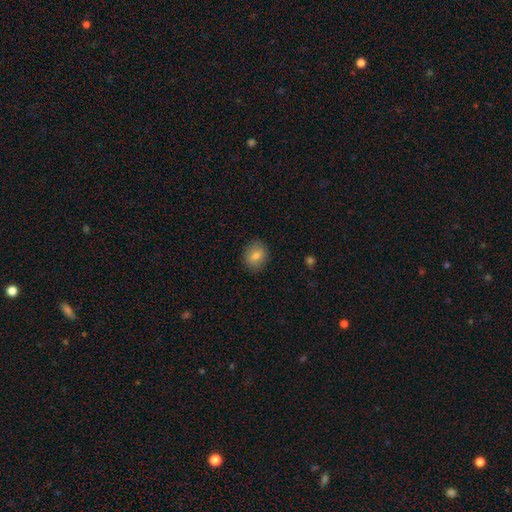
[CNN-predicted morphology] Overall: smooth (76%). How rounded: round (63%; in between 35%). Merging: none (87%).